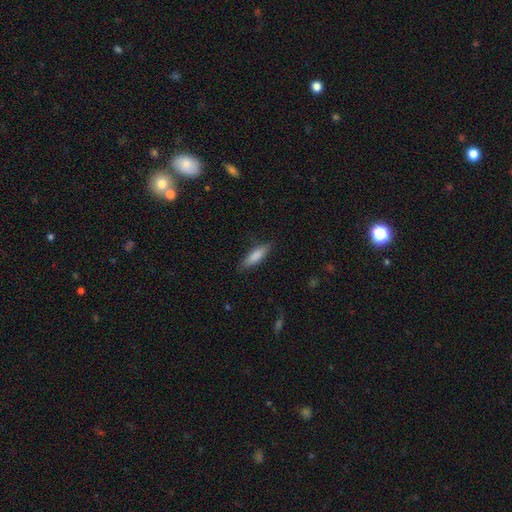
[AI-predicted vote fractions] smooth-or-featured: smooth: 82% | featured or disk: 12% | star or artifact: 6%
  how-rounded: cigar-shaped: 59% | in between: 39% | round: 2%
  merging: none: 83% | minor disturbance: 13% | major disturbance: 3% | merger: 1%